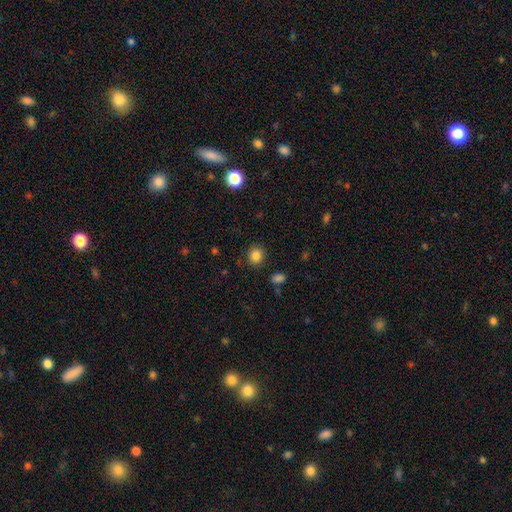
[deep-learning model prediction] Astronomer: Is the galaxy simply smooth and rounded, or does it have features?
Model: smooth — 84%.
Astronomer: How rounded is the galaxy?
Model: round — 80%.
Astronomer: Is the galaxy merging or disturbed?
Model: none — 87%.